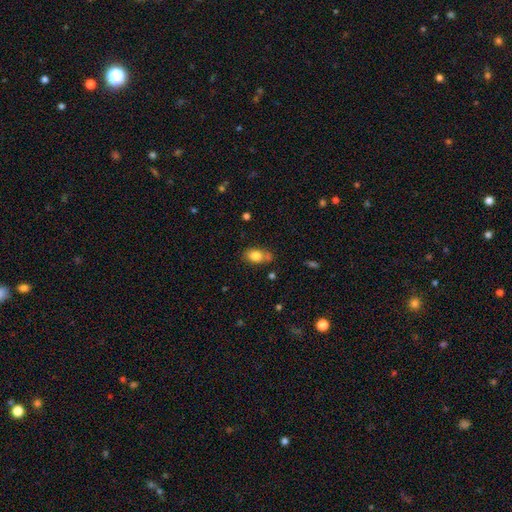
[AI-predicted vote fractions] Smooth or featured?
  - smooth: 81% *
  - featured or disk: 11%
  - star or artifact: 9%
How rounded?
  - in between: 81% *
  - round: 16%
  - cigar-shaped: 3%
Merging?
  - none: 59% *
  - minor disturbance: 23%
  - merger: 11%
  - major disturbance: 6%